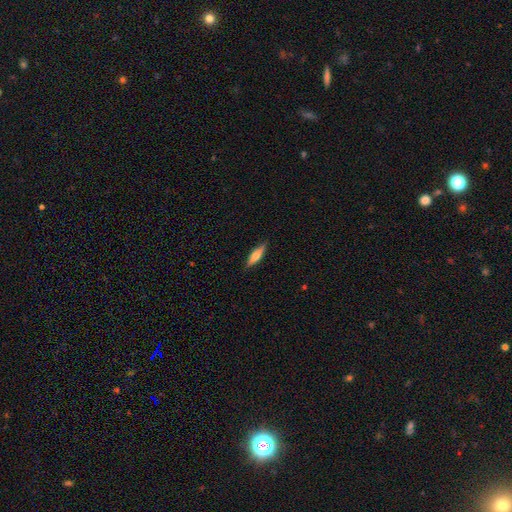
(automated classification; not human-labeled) The model was most divided on "smooth or featured": smooth: 56%, featured or disk: 38%, star or artifact: 6%. More confident: merging — none (88%); how rounded — cigar-shaped (73%).